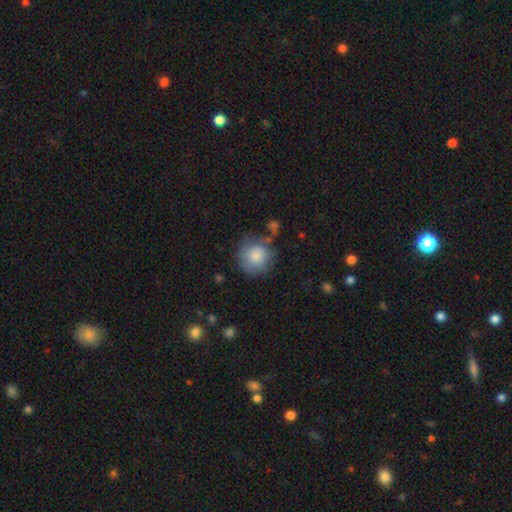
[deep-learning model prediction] Smooth or featured? Predicted: smooth (p=0.82). How rounded? Predicted: round (p=0.92). Merging? Predicted: none (p=0.64).